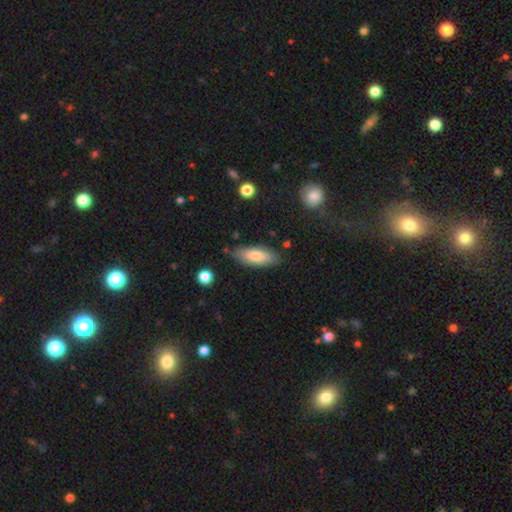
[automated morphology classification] Overall: smooth (74%). How rounded: in between (71%). Merging: none (80%).